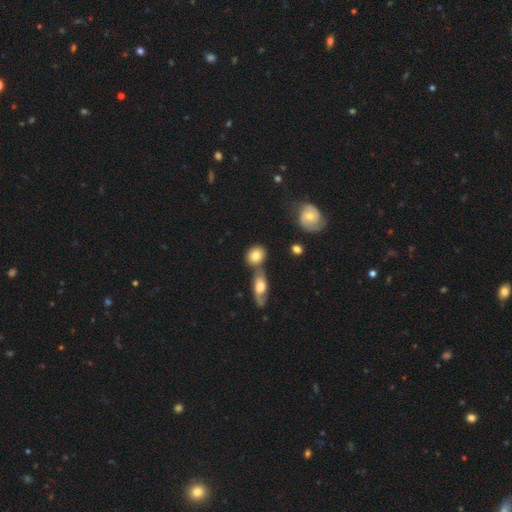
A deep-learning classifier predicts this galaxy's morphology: Smooth or featured: smooth — 76% (featured or disk — 17%)
How rounded: round — 53% (in between — 44%)
Merging: none — 49% (merger — 34%)